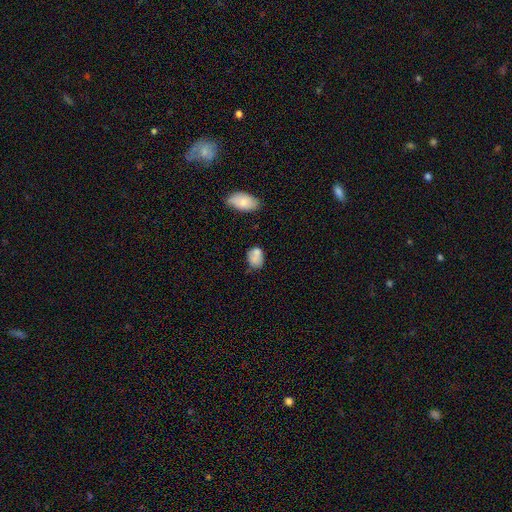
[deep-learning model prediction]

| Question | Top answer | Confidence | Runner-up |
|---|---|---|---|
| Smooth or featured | smooth | 77% | featured or disk (14%) |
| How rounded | in between | 70% | round (29%) |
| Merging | none | 48% | minor disturbance (29%) |